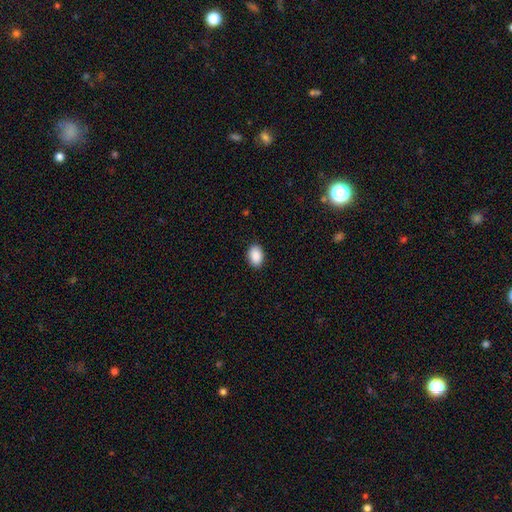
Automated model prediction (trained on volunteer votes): The model was most divided on "how rounded": in between: 83%, round: 16%, cigar-shaped: 1%. More confident: smooth or featured — smooth (90%); merging — none (89%).